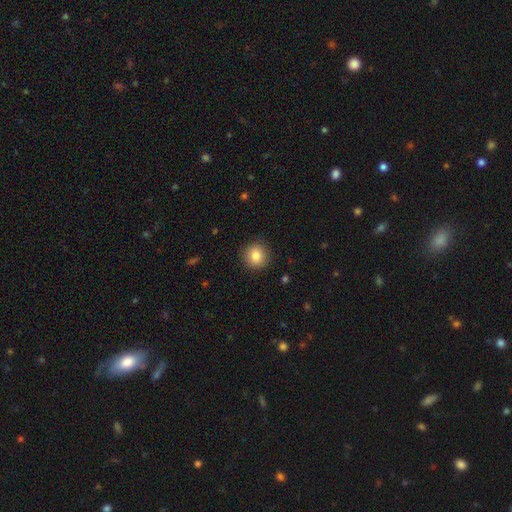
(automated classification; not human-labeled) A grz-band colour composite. It shows a smooth galaxy with no disk features (83%) that is round (93%). Merging: none (91%).